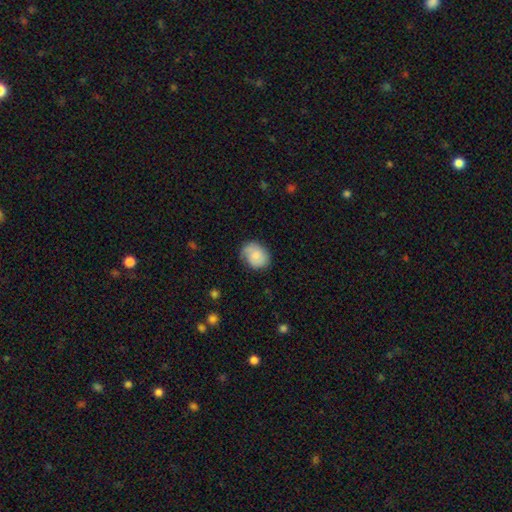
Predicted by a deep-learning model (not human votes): smooth_or_featured: smooth (p=0.66) [alt: featured or disk p=0.27]
how_rounded: round (p=0.52) [alt: in between p=0.47]
merging: none (p=0.65) [alt: minor disturbance p=0.25]